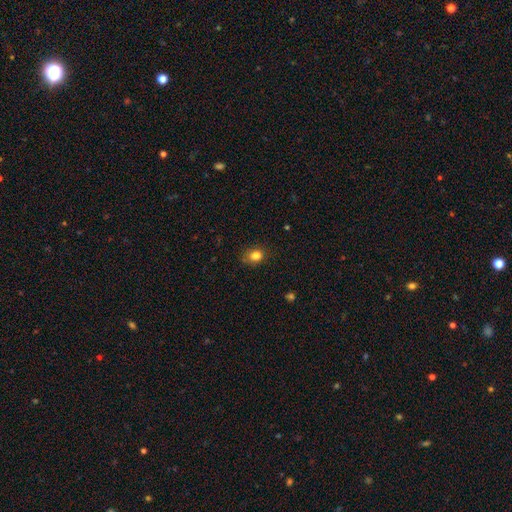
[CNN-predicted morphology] This appears to be a smooth galaxy with no disk features (83%) that is round (51%). Merging: none (77%).